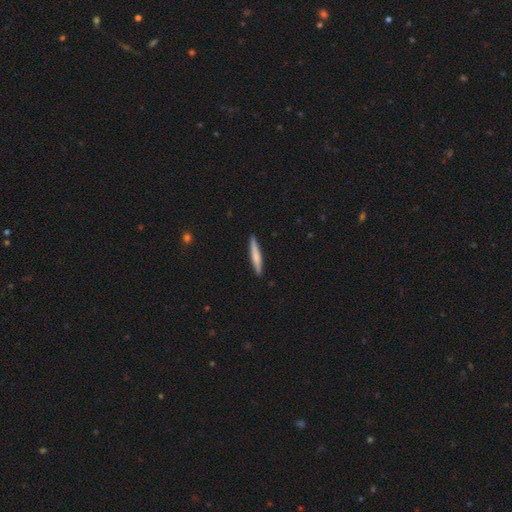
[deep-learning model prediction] This is likely a smooth galaxy (65%). How rounded: clearly cigar-shaped (94%). Merging: clearly none (91%).